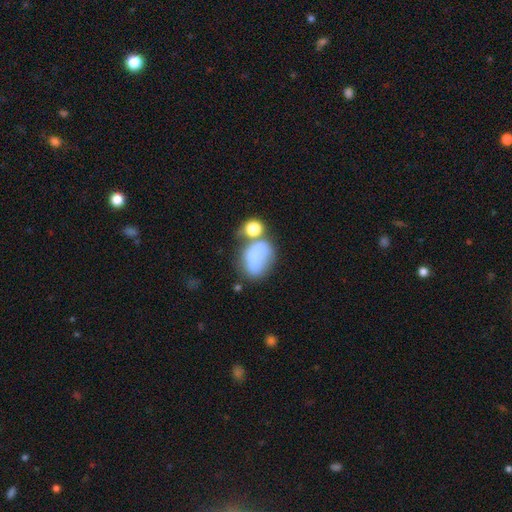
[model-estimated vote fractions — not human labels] Smooth or featured?
  - smooth: 62% *
  - featured or disk: 26%
  - star or artifact: 12%
How rounded?
  - in between: 70% *
  - round: 28%
  - cigar-shaped: 1%
Merging?
  - none: 29% *
  - merger: 26%
  - minor disturbance: 23%
  - major disturbance: 22%